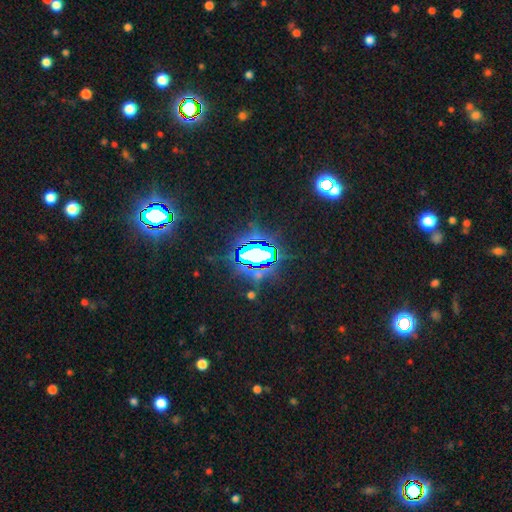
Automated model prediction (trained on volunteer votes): Smooth or featured? star or artifact (76%)